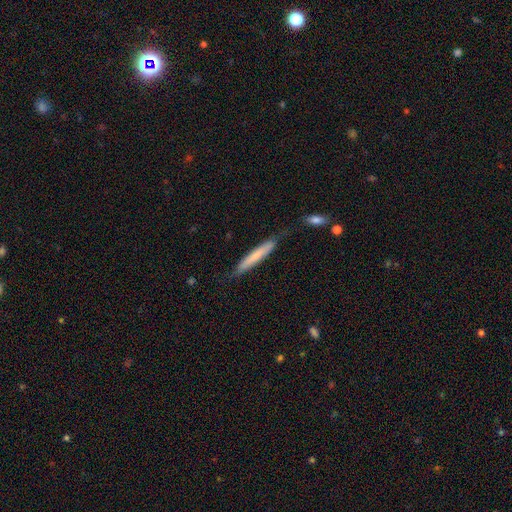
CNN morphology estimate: smooth_or_featured: smooth (p=0.66) [alt: featured or disk p=0.28]
how_rounded: cigar-shaped (p=0.95) [alt: in between p=0.04]
merging: none (p=0.76) [alt: minor disturbance p=0.18]